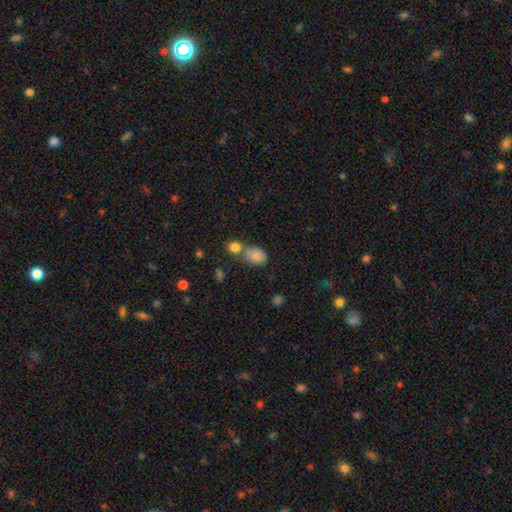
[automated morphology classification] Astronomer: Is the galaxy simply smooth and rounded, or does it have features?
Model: smooth — 82%.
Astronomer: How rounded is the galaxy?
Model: in between — 68%.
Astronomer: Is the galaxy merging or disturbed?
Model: none — 44% (runner-up: merger, 38%).